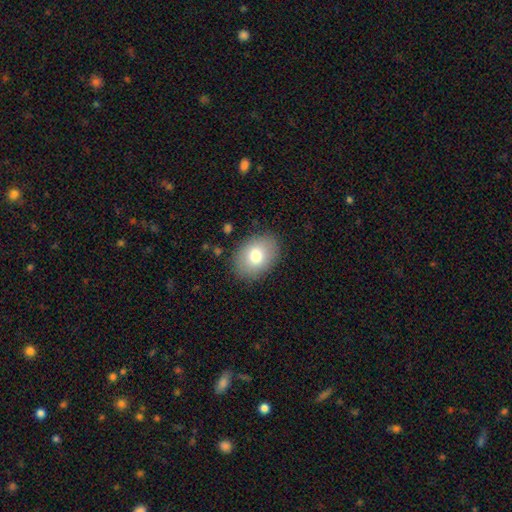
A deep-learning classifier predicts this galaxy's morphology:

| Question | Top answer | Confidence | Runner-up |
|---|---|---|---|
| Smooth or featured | smooth | 78% | featured or disk (14%) |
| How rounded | in between | 74% | round (25%) |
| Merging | none | 86% | minor disturbance (10%) |